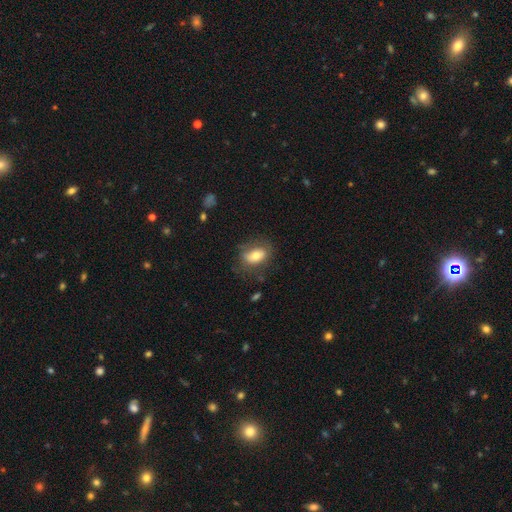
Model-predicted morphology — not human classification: smooth-or-featured: smooth: 70% | featured or disk: 22% | star or artifact: 8%
  how-rounded: in between: 83% | round: 13% | cigar-shaped: 3%
  merging: none: 66% | minor disturbance: 22% | major disturbance: 10% | merger: 2%